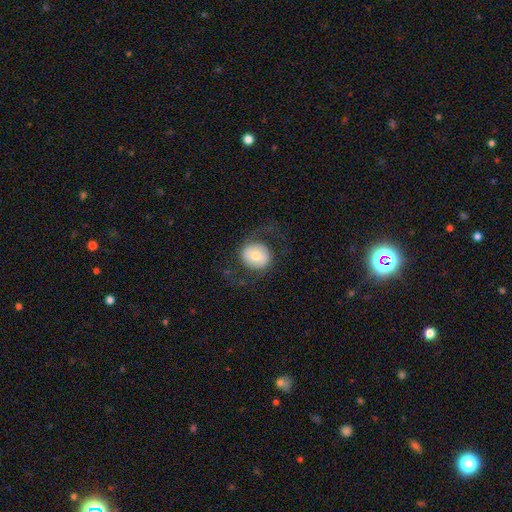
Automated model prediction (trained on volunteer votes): This is possibly a smooth galaxy (58%). How rounded: clearly round (86%). Merging: likely none (68%).